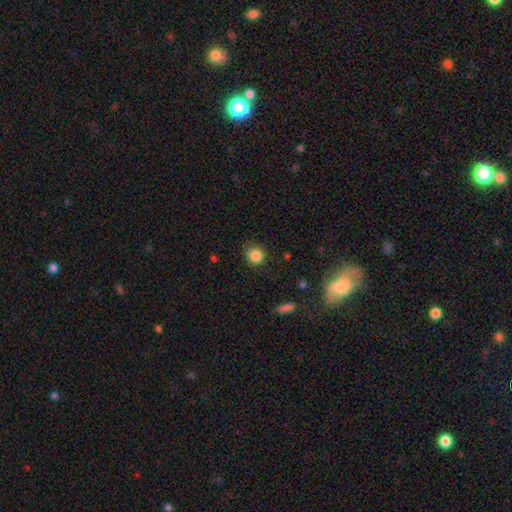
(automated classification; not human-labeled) This is clearly a smooth galaxy (85%). How rounded: clearly round (87%). Merging: clearly none (81%).